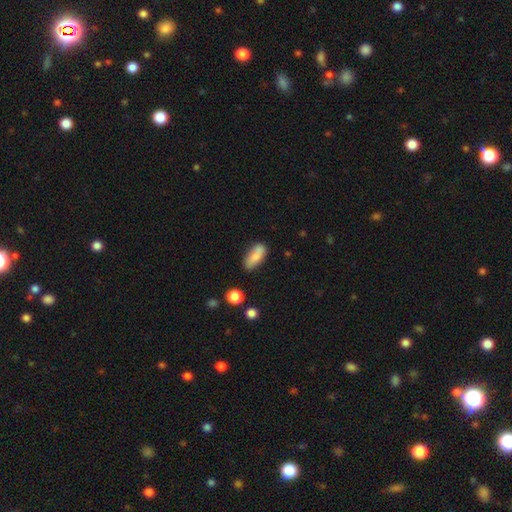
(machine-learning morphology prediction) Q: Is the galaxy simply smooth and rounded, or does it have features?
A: smooth — 79%.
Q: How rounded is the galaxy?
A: in between — 78%.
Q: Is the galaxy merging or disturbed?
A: none — 69%.